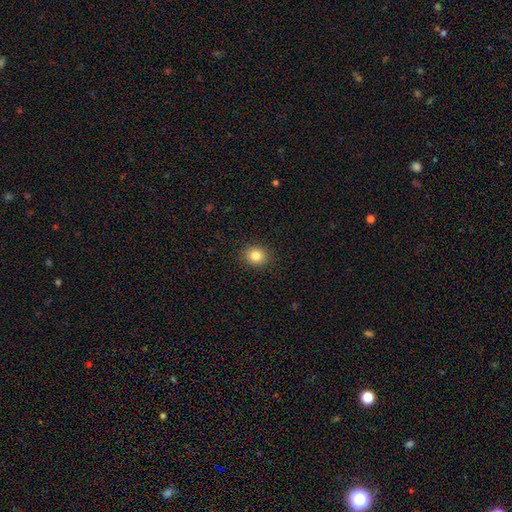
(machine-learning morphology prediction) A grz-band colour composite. It shows a smooth galaxy with no disk features (83%) that is round (75%). Merging: none (91%).